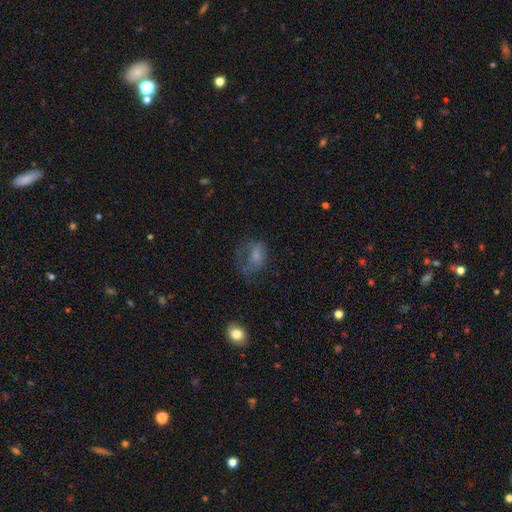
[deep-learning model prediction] This is possibly a smooth galaxy (57%). How rounded: likely in between (71%). Merging: possibly major disturbance (45%).